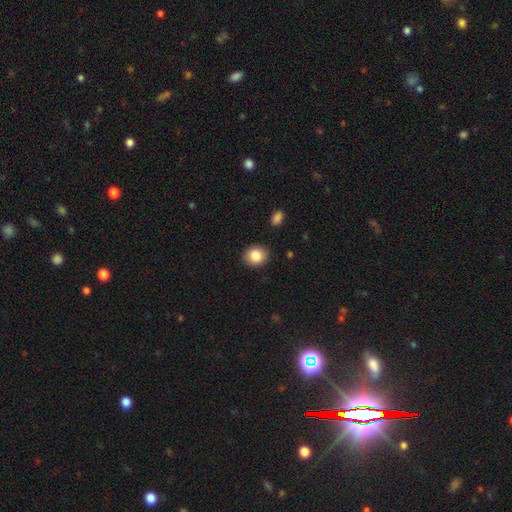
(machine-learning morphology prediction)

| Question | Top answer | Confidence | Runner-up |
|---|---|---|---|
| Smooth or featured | smooth | 85% | star or artifact (9%) |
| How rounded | round | 71% | in between (28%) |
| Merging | none | 89% | minor disturbance (7%) |